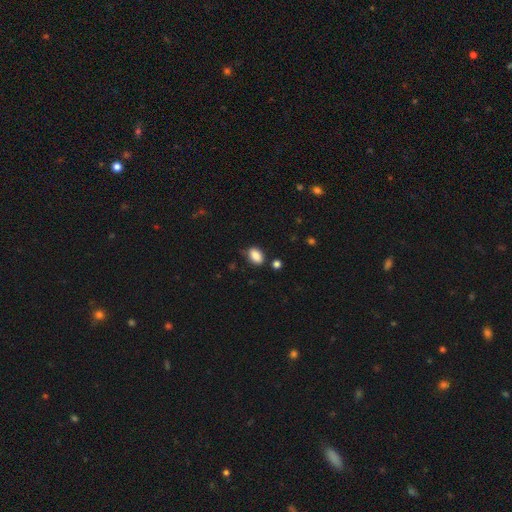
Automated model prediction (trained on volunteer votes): Smooth or featured? Predicted: smooth (p=0.88). How rounded? Predicted: in between (p=0.87). Merging? Predicted: none (p=0.72).